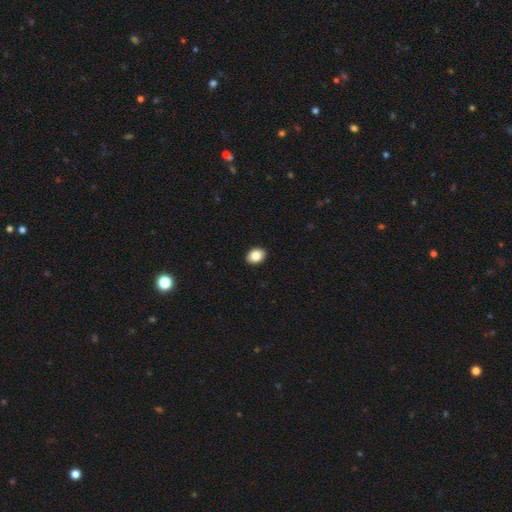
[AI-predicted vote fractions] A smooth galaxy with no disk features (85%) that is in between round and cigar-shaped (75%).

Vote fractions:
- Smooth or featured? smooth: 85% / star or artifact: 8% / featured or disk: 7%
- How rounded? in between: 75% / round: 24% / cigar-shaped: 1%
- Merging? none: 91% / minor disturbance: 6% / major disturbance: 2% / merger: 1%